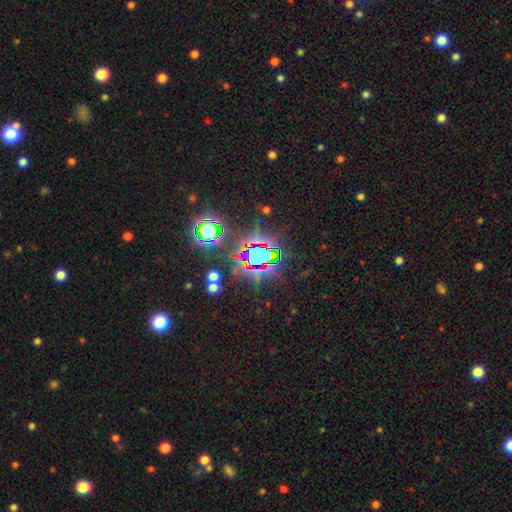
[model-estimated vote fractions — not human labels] star or artifact 76%, smooth 14%, featured or disk 10%.